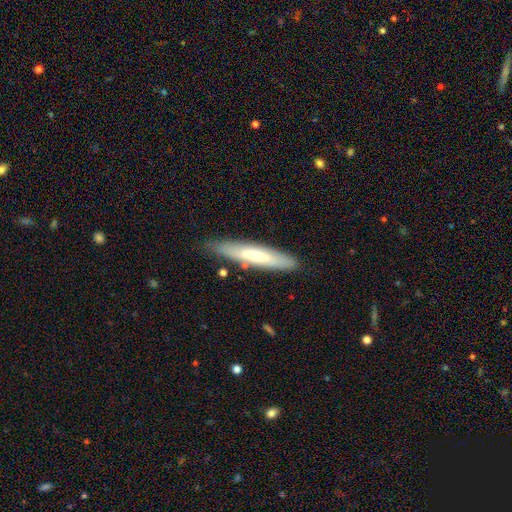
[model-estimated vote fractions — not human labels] A smooth galaxy with no disk features (59%) that is cigar-shaped (87%).

Vote fractions:
- Smooth or featured? smooth: 59% / featured or disk: 36% / star or artifact: 6%
- How rounded? cigar-shaped: 87% / in between: 12% / round: 1%
- Merging? none: 82% / minor disturbance: 13% / major disturbance: 3% / merger: 2%